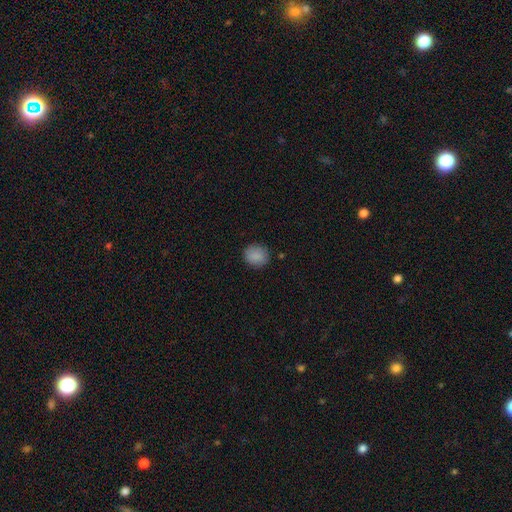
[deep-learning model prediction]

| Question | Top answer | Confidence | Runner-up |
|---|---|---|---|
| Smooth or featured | smooth | 87% | star or artifact (9%) |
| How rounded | round | 75% | in between (24%) |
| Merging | none | 86% | minor disturbance (10%) |